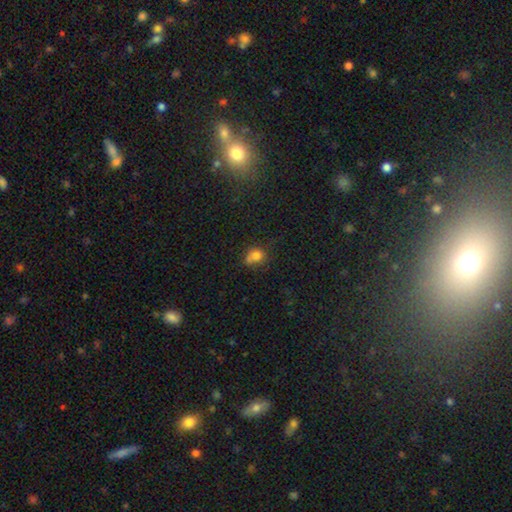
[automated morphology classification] This is likely a smooth galaxy (76%). How rounded: likely round (63%). Merging: marginally none (42%).